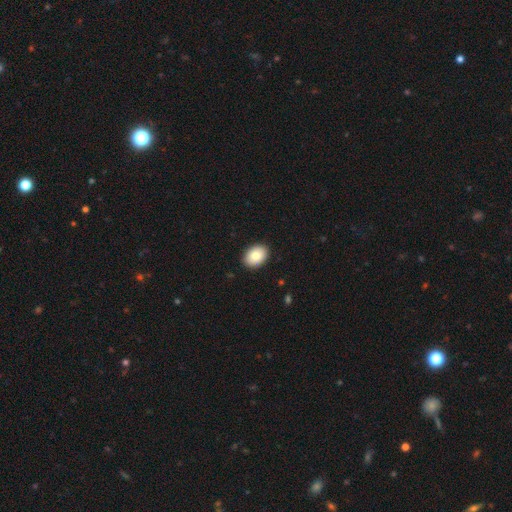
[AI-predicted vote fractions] smooth_or_featured: smooth (p=0.82) [alt: featured or disk p=0.10]
how_rounded: in between (p=0.73) [alt: round p=0.26]
merging: none (p=0.90) [alt: minor disturbance p=0.07]